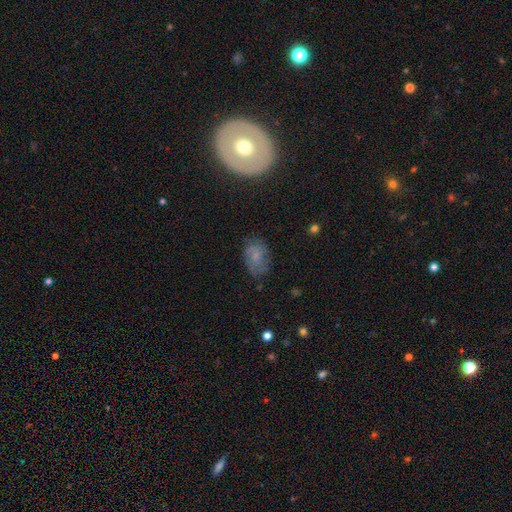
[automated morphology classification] This appears to be a smooth galaxy with no disk features (56%) that is in between round and cigar-shaped (83%). Merging: none (67%).